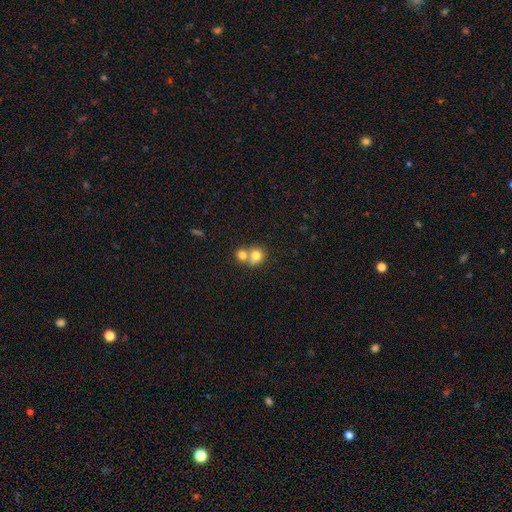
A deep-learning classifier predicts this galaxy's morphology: Q: Smooth or featured?
A: smooth (76%); runner-up: featured or disk (14%)
Q: How rounded?
A: round (75%); runner-up: in between (24%)
Q: Merging?
A: merger (61%); runner-up: none (30%)